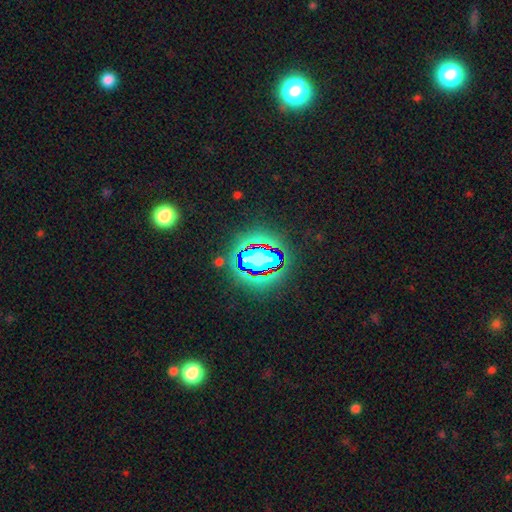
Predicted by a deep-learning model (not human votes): smooth-or-featured: star or artifact: 73% | smooth: 16% | featured or disk: 11%